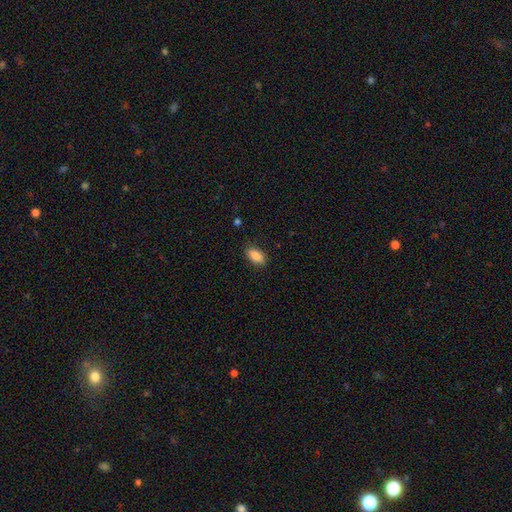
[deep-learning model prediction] Q: Smooth or featured?
A: smooth (88%); runner-up: star or artifact (7%)
Q: How rounded?
A: in between (91%); runner-up: cigar-shaped (6%)
Q: Merging?
A: none (87%); runner-up: minor disturbance (10%)